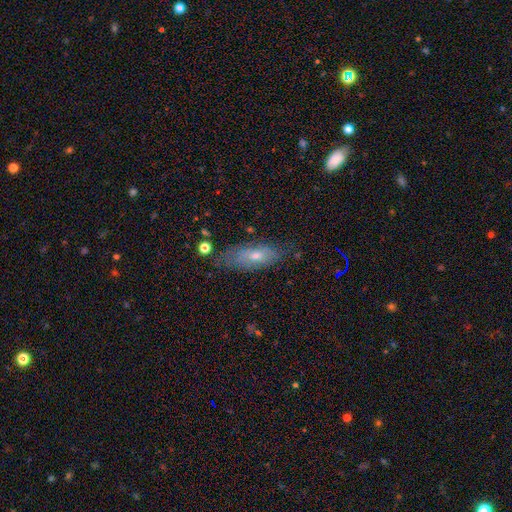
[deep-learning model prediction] This is possibly a smooth galaxy (51%). How rounded: likely in between (66%). Merging: likely none (72%).